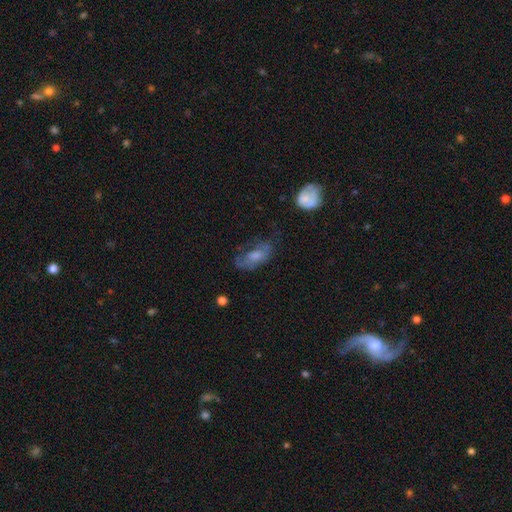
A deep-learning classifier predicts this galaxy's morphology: A smooth galaxy with no disk features (51%) that is in between round and cigar-shaped (86%). Merging: none (47%).